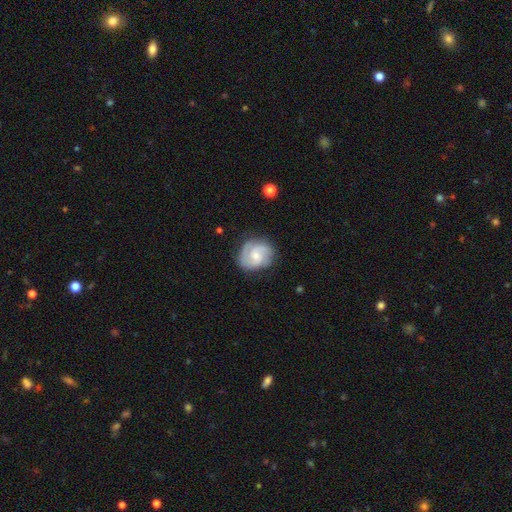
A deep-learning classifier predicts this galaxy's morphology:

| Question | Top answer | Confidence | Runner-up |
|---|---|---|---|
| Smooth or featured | featured or disk | 77% | smooth (18%) |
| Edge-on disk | no | 98% | yes (2%) |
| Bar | no | 55% | weak (39%) |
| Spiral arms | yes | 95% | no (5%) |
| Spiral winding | medium | 45% | tight (41%) |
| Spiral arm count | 2 | 60% | 3 (19%) |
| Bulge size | small | 50% | moderate (43%) |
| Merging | none | 75% | minor disturbance (17%) |